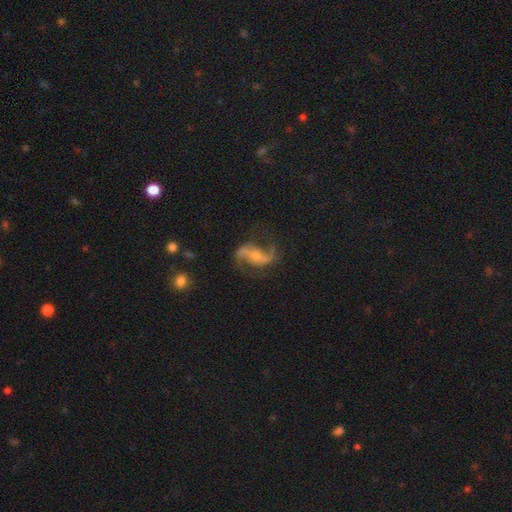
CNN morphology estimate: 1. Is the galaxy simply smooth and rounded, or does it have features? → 89% featured or disk, 6% star or artifact, 5% smooth.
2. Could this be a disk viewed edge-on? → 96% no, 4% yes.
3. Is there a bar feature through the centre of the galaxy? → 36% strong, 32% no, 32% weak.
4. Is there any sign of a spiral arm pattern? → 97% yes, 3% no.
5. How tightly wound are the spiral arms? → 64% loose, 30% medium, 6% tight.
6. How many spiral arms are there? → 93% 2, 2% can't tell, 2% 1, 1% 3, 1% 4, 1% more than 4.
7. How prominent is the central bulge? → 55% small, 40% moderate, 2% large, 2% none, 1% dominant.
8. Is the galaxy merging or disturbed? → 76% none, 13% minor disturbance, 8% major disturbance, 2% merger.